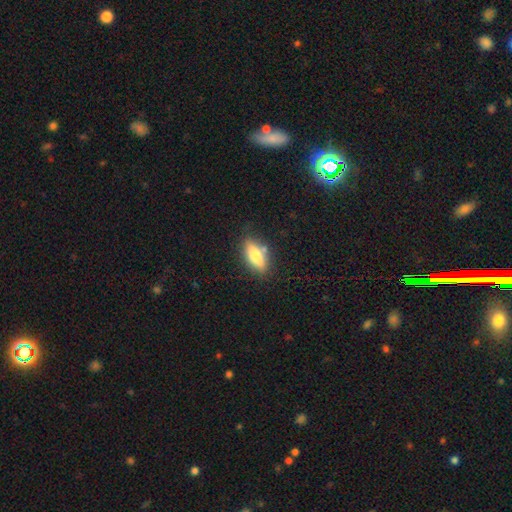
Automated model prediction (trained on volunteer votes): This is likely a smooth galaxy (65%). How rounded: likely in between (65%). Merging: likely none (80%).